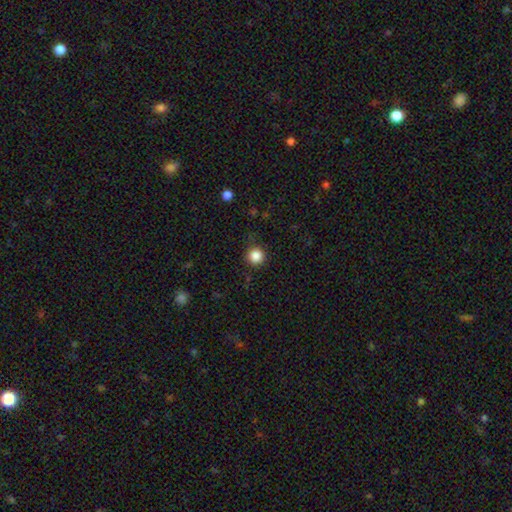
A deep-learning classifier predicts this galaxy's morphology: smooth_or_featured: smooth (p=0.85) [alt: star or artifact p=0.11]
how_rounded: round (p=0.95) [alt: in between p=0.04]
merging: none (p=0.87) [alt: minor disturbance p=0.09]